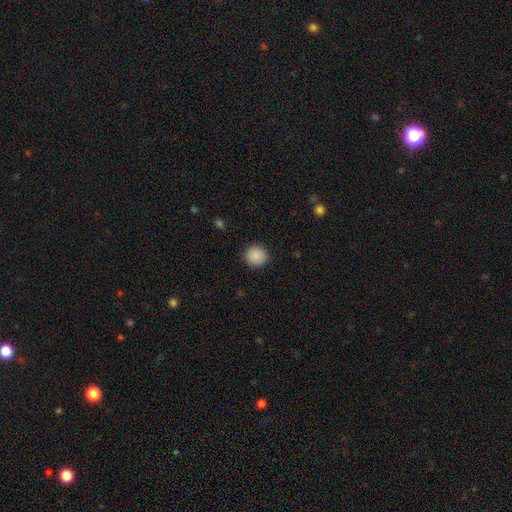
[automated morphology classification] The model was most divided on "how rounded": round: 88%, in between: 11%, cigar-shaped: 1%. More confident: merging — none (90%); smooth or featured — smooth (88%).